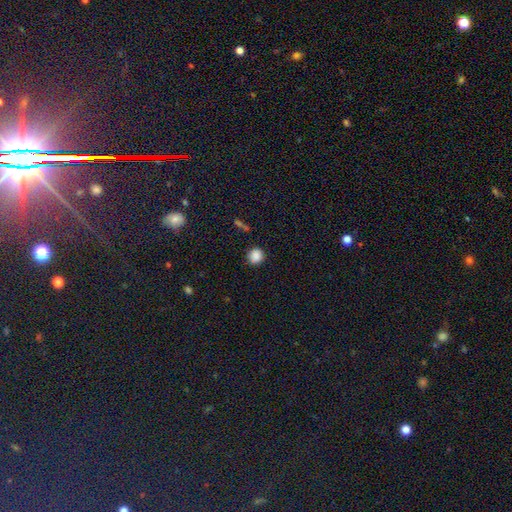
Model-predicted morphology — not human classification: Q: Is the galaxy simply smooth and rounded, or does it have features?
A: smooth — 86%.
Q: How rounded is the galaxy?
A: round — 91%.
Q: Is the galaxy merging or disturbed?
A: none — 86%.